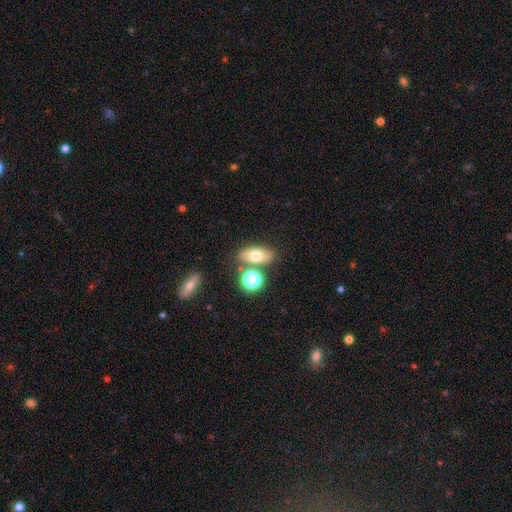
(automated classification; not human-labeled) smooth-or-featured: smooth: 68% | featured or disk: 20% | star or artifact: 12%
  how-rounded: in between: 79% | round: 14% | cigar-shaped: 7%
  merging: none: 71% | merger: 14% | minor disturbance: 11% | major disturbance: 4%